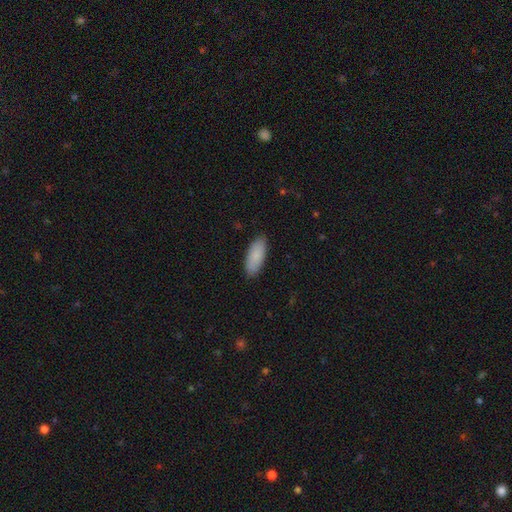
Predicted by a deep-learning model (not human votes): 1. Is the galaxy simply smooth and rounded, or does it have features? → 87% smooth, 7% featured or disk, 6% star or artifact.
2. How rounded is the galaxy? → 81% in between, 17% cigar-shaped, 2% round.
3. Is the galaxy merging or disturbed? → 88% none, 10% minor disturbance, 2% major disturbance, 1% merger.